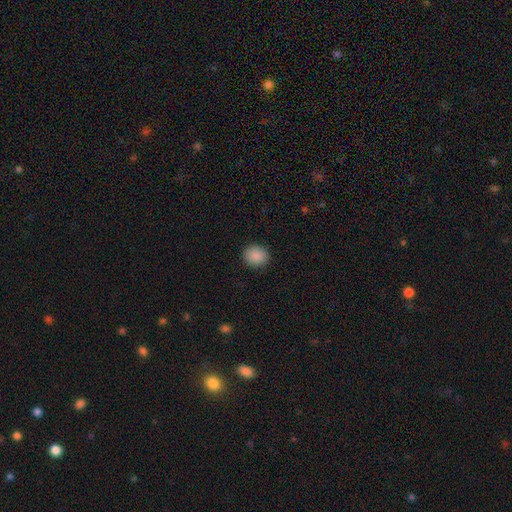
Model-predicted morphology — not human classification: A smooth galaxy with no disk features (89%) that is round (77%). Merging: none (90%).